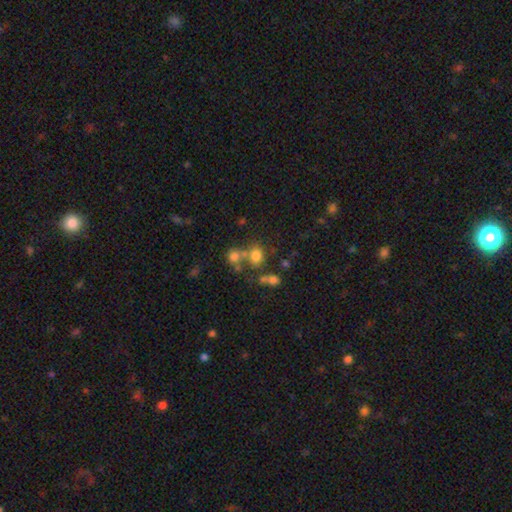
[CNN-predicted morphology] Smooth or featured? Predicted: smooth (p=0.70). How rounded? Predicted: round (p=0.67). Merging? Predicted: none (p=0.51).